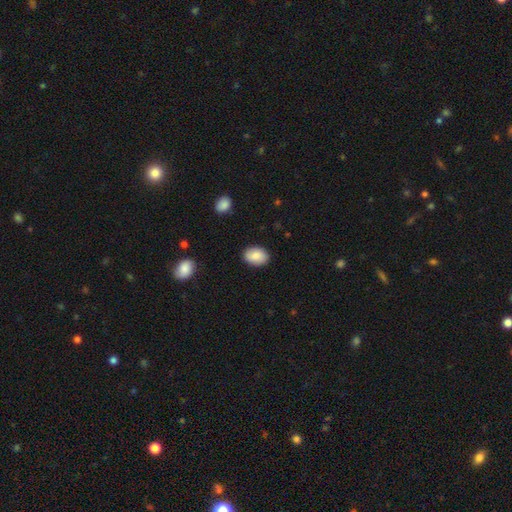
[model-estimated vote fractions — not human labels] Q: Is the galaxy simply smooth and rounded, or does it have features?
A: smooth — 84%.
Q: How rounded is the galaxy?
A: in between — 79%.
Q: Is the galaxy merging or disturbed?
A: none — 88%.